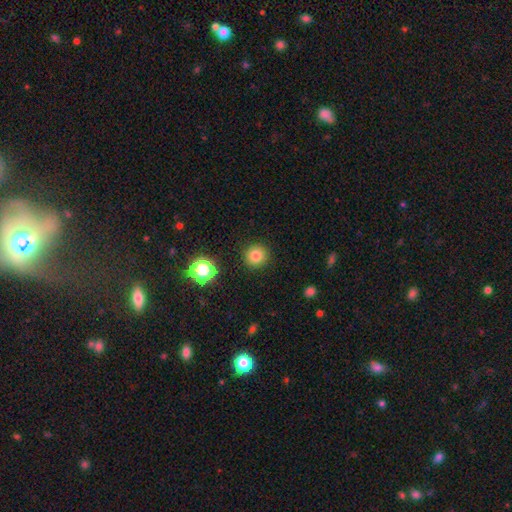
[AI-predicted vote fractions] Smooth or featured?
  - smooth: 81% *
  - star or artifact: 14%
  - featured or disk: 5%
How rounded?
  - round: 94% *
  - in between: 5%
  - cigar-shaped: 1%
Merging?
  - none: 91% *
  - minor disturbance: 5%
  - major disturbance: 2%
  - merger: 1%